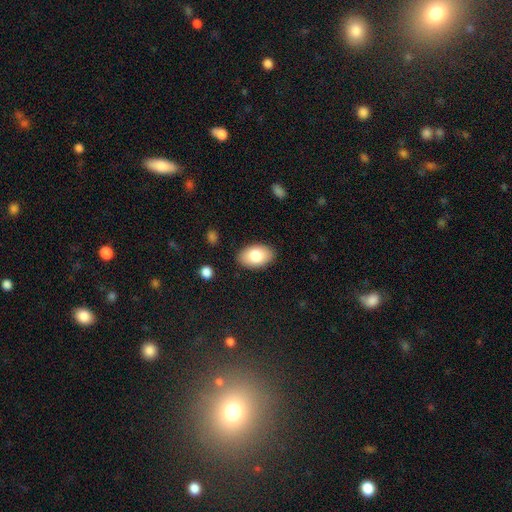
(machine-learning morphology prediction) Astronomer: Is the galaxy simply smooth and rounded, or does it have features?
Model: smooth — 81%.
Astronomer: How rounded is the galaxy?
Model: in between — 92%.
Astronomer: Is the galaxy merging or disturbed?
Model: none — 87%.